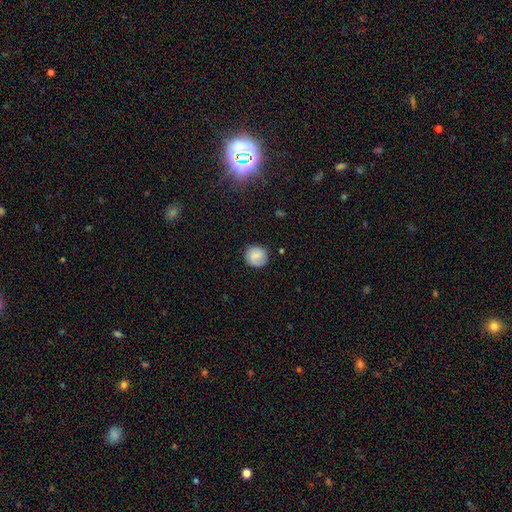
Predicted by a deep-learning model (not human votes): Smooth or featured?
  - smooth: 73% *
  - featured or disk: 19%
  - star or artifact: 8%
How rounded?
  - round: 89% *
  - in between: 10%
  - cigar-shaped: 1%
Merging?
  - none: 82% *
  - minor disturbance: 13%
  - major disturbance: 4%
  - merger: 1%